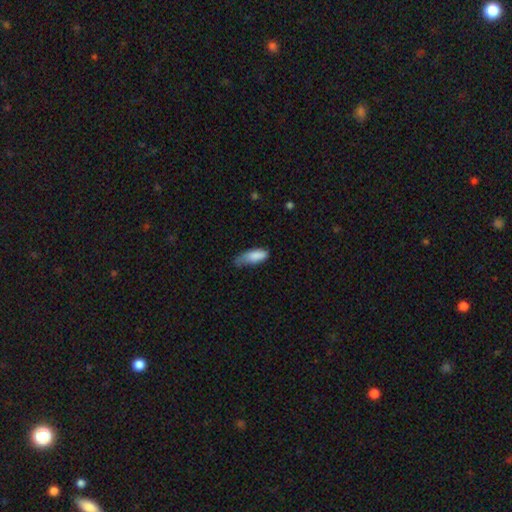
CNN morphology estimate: Smooth or featured? Predicted: smooth (p=0.84). How rounded? Predicted: in between (p=0.71). Merging? Predicted: minor disturbance (p=0.49).